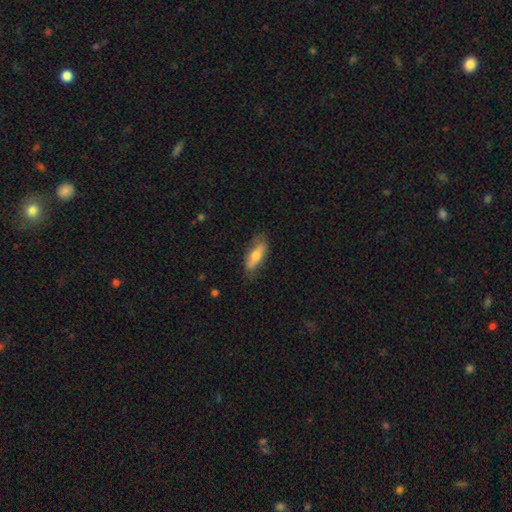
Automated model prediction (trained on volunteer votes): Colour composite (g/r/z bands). It shows a smooth galaxy with no disk features (60%) that is in between round and cigar-shaped (61%). Merging: none (74%).